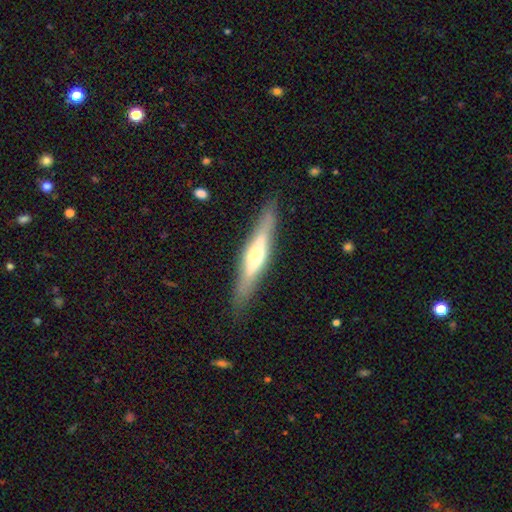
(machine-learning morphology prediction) A featured or disk galaxy (64%) viewed edge-on (92%) with a rounded central bulge (81%).

Vote fractions:
- Smooth or featured? featured or disk: 64% / smooth: 30% / star or artifact: 6%
- Edge-on disk? yes: 92% / no: 8%
- Edge-on bulge? rounded: 81% / none: 10% / boxy: 9%
- Merging? none: 87% / minor disturbance: 9% / major disturbance: 2% / merger: 1%